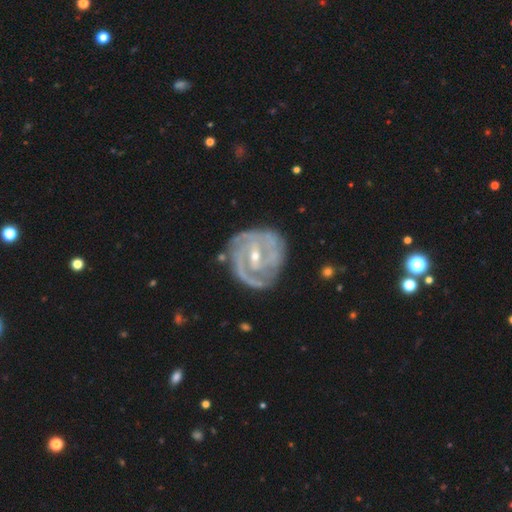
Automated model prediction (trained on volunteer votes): This appears to be a featured or disk galaxy (90%) with a weak bar (46%), 2 (37%) tight (61%) spiral arms (97%) and a small central bulge (57%). Merging: none (73%).